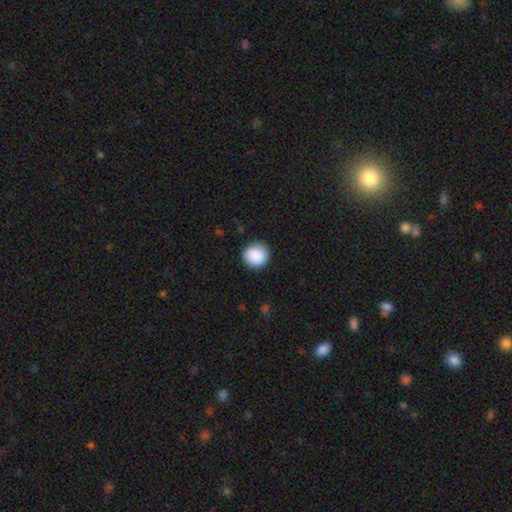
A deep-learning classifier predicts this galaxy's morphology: This appears to be a smooth galaxy with no disk features (89%) that is round (94%). Merging: none (87%).